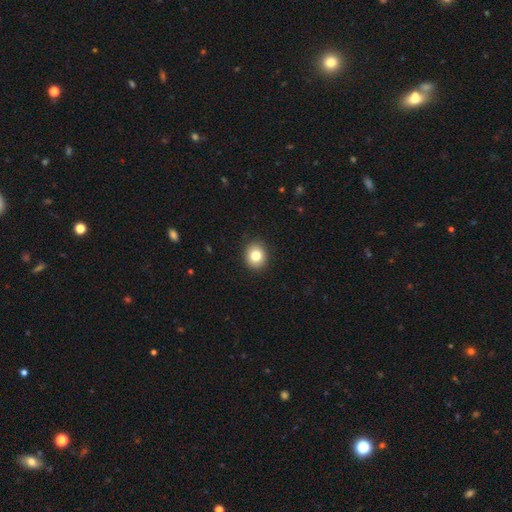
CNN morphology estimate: Smooth or featured? Predicted: smooth (p=0.81). How rounded? Predicted: round (p=0.74). Merging? Predicted: none (p=0.91).